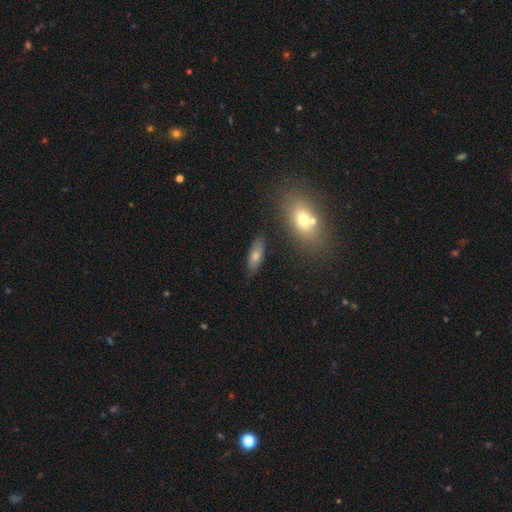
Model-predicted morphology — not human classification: Q: Smooth or featured?
A: smooth (69%); runner-up: featured or disk (22%)
Q: How rounded?
A: in between (69%); runner-up: cigar-shaped (28%)
Q: Merging?
A: none (79%); runner-up: minor disturbance (14%)